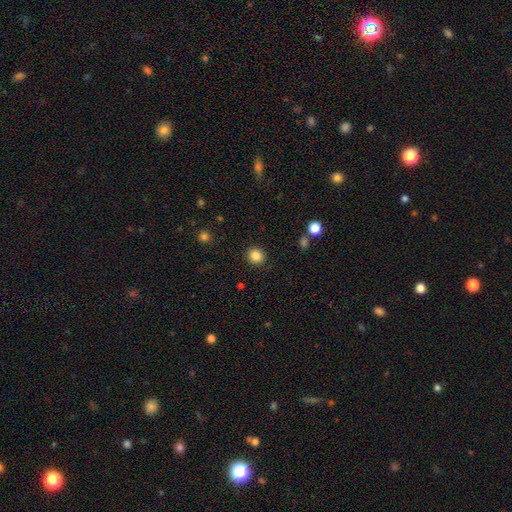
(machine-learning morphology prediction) A smooth galaxy with no disk features (85%) that is round (87%).

Vote fractions:
- Smooth or featured? smooth: 85% / star or artifact: 10% / featured or disk: 4%
- How rounded? round: 87% / in between: 12% / cigar-shaped: 1%
- Merging? none: 90% / minor disturbance: 6% / major disturbance: 2% / merger: 1%